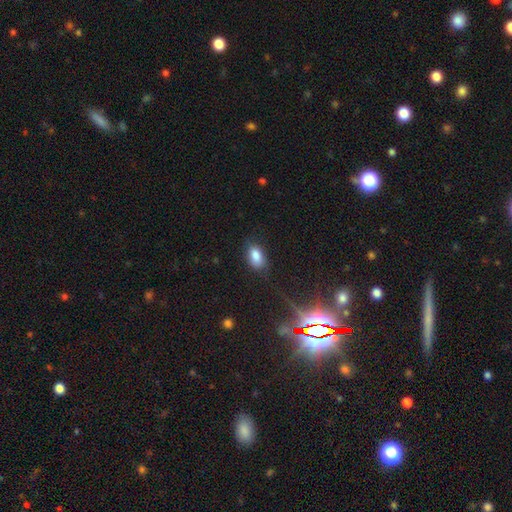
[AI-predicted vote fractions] smooth_or_featured: smooth (p=0.82) [alt: star or artifact p=0.11]
how_rounded: in between (p=0.90) [alt: round p=0.08]
merging: none (p=0.75) [alt: minor disturbance p=0.19]